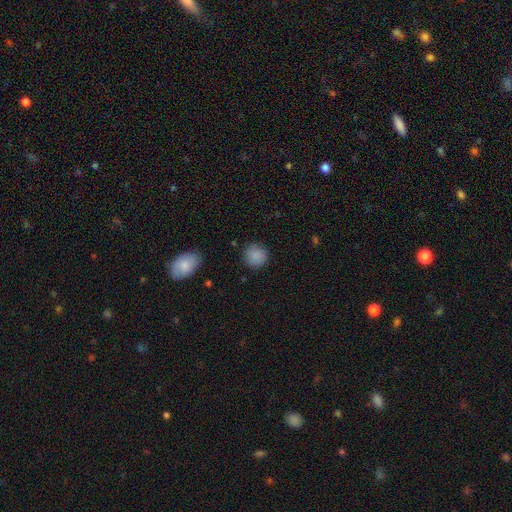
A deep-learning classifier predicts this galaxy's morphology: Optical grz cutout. It shows a smooth galaxy with no disk features (87%) that is round (92%). Merging: none (85%).